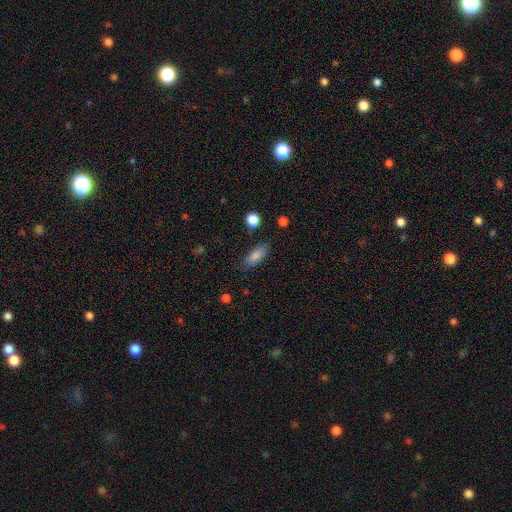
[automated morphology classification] This appears to be a smooth galaxy with no disk features (83%) that is in between round and cigar-shaped (80%). Merging: none (82%).